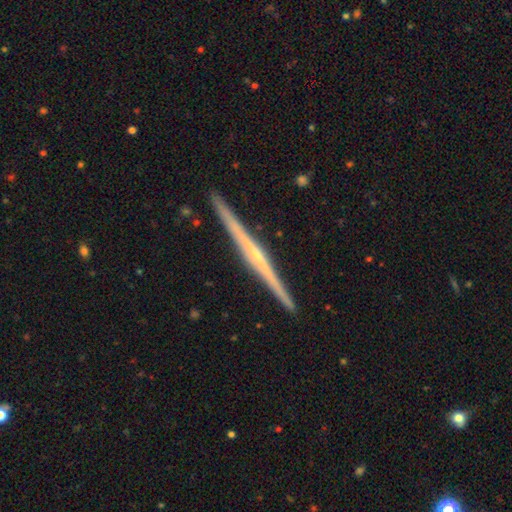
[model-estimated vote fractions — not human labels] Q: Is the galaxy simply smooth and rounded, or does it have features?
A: featured or disk — 81%.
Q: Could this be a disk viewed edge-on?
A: yes — 99%.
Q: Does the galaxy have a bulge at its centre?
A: rounded — 53%.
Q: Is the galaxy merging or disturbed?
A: none — 92%.